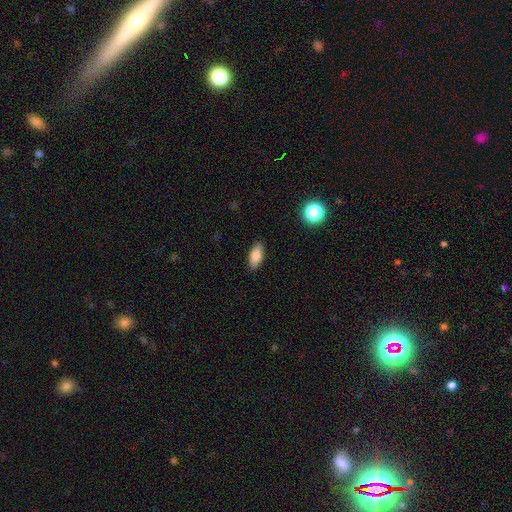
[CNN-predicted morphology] Overall: smooth (82%). How rounded: in between (83%). Merging: none (89%).